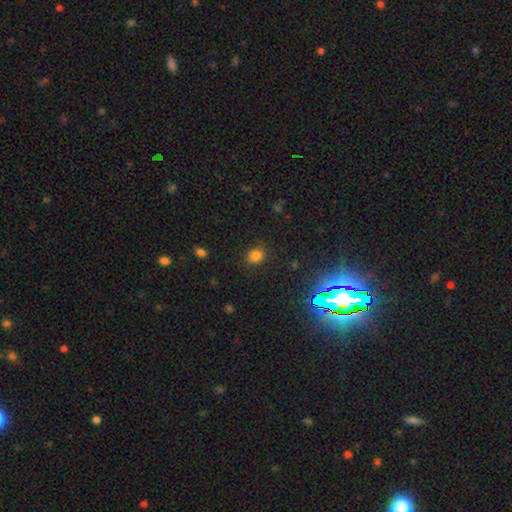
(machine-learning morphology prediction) type=smooth (78%); roundness=round (63%); merging=none (84%).